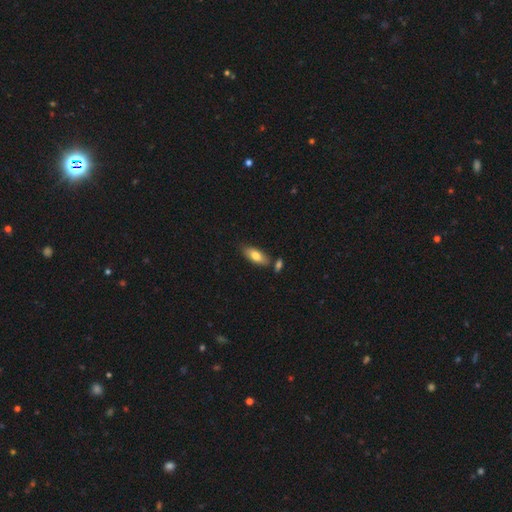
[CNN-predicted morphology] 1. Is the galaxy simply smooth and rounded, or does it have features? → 77% smooth, 17% featured or disk, 6% star or artifact.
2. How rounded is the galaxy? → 80% in between, 18% cigar-shaped, 2% round.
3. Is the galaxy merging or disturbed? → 72% none, 14% minor disturbance, 11% merger, 3% major disturbance.